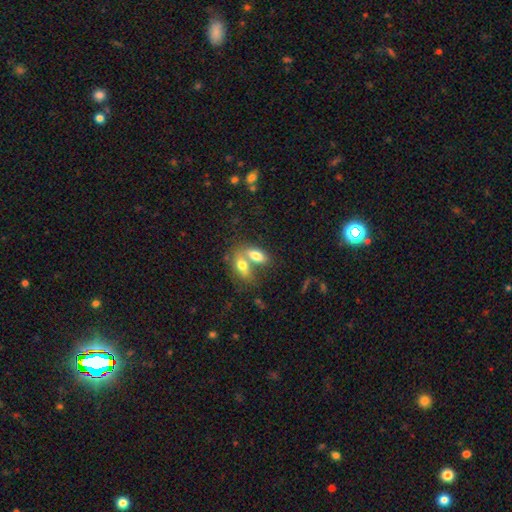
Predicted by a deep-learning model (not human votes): This is likely a smooth galaxy (74%). How rounded: clearly in between (83%). Merging: likely merger (61%).